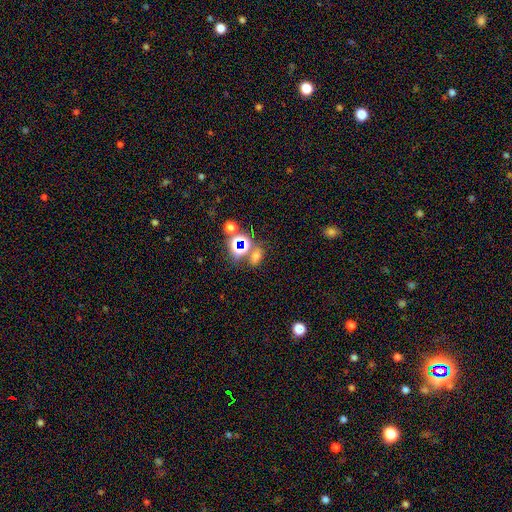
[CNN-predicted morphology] Smooth or featured?
  - smooth: 50% *
  - star or artifact: 40%
  - featured or disk: 10%
Merging?
  - none: 60% *
  - merger: 22%
  - minor disturbance: 12%
  - major disturbance: 6%